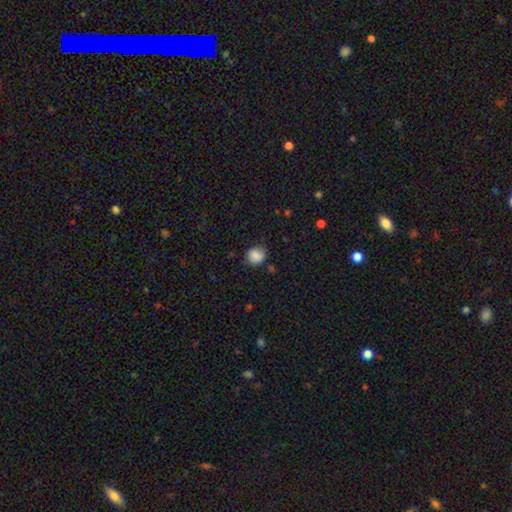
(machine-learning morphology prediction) A smooth galaxy with no disk features (84%) that is round (74%). Merging: none (72%).